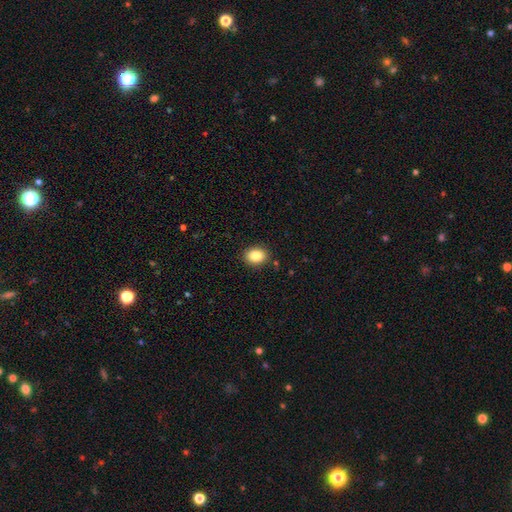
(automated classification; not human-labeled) The model was most divided on "how rounded": in between: 62%, round: 37%, cigar-shaped: 1%. More confident: merging — none (88%); smooth or featured — smooth (86%).